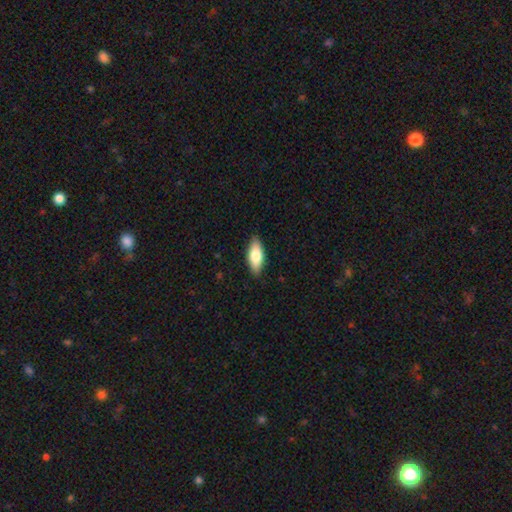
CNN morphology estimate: type=smooth (75%); roundness=in between (77%); merging=none (88%).